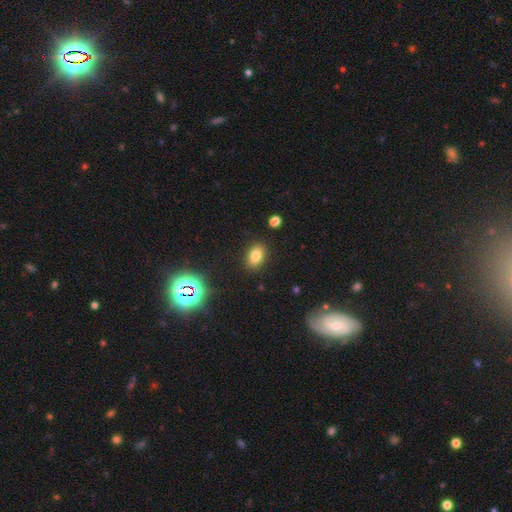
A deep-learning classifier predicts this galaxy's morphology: type=smooth (79%); roundness=in between (86%); merging=none (87%).